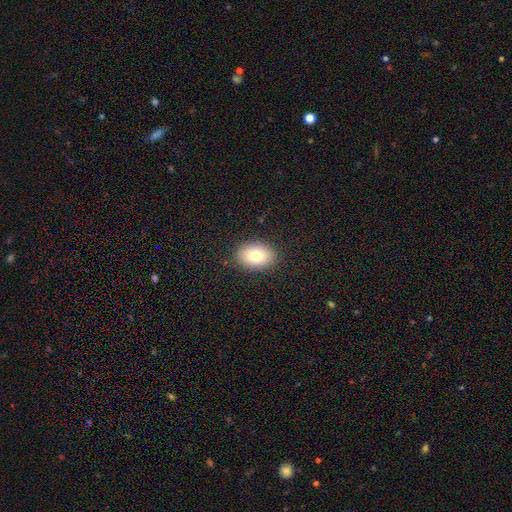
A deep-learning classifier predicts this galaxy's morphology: A smooth galaxy with no disk features (78%) that is in between round and cigar-shaped (79%). Merging: none (88%).